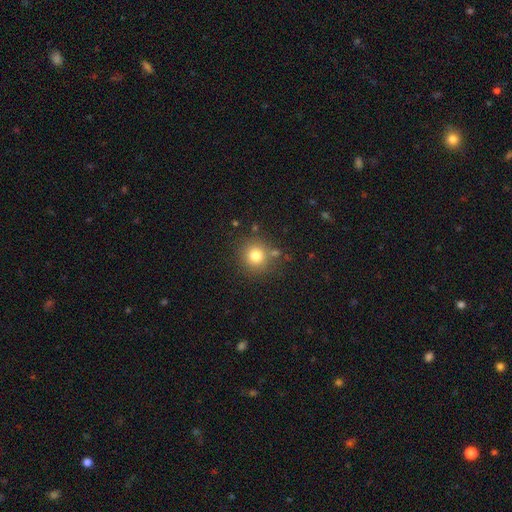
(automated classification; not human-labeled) This appears to be a smooth galaxy with no disk features (79%) that is round (92%). Merging: none (80%).